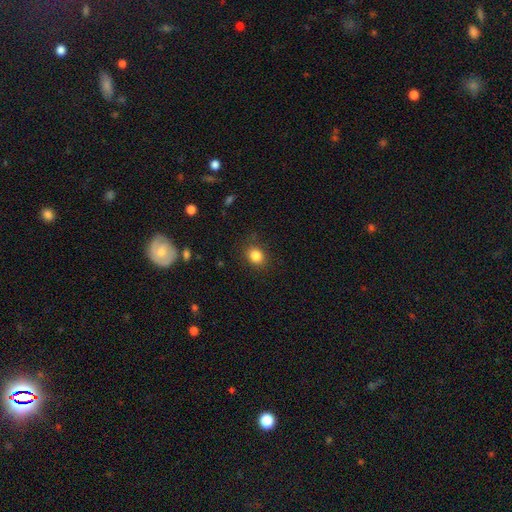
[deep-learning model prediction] smooth-or-featured: smooth: 84% | star or artifact: 11% | featured or disk: 5%
  how-rounded: round: 61% | in between: 38% | cigar-shaped: 1%
  merging: none: 86% | minor disturbance: 10% | major disturbance: 3% | merger: 1%